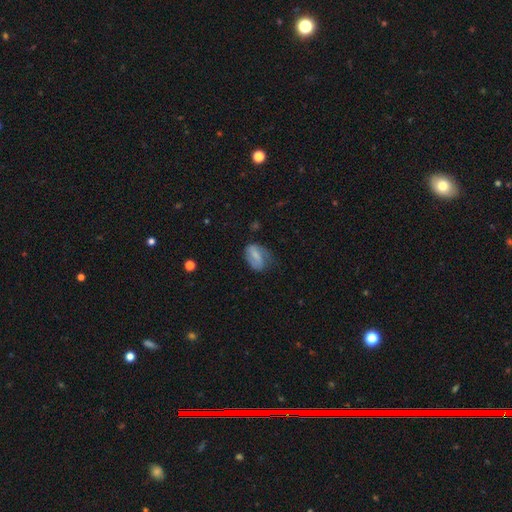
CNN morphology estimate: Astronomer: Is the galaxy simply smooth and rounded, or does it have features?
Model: smooth — 56% (runner-up: featured or disk, 36%).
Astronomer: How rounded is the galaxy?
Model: in between — 83%.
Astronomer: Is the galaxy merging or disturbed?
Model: none — 43% (runner-up: minor disturbance, 35%).